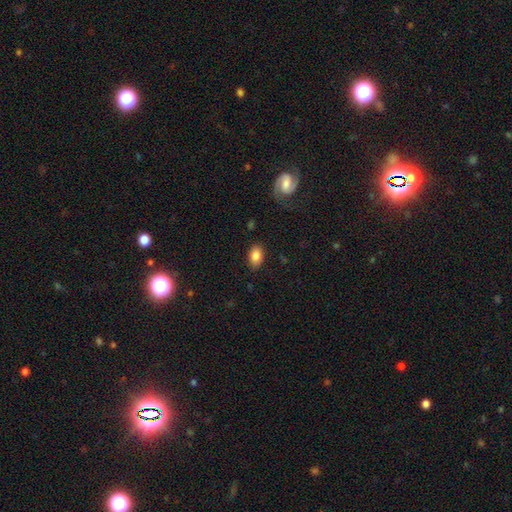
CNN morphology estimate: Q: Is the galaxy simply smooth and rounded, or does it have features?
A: smooth — 84%.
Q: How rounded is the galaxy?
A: in between — 88%.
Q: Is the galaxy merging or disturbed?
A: none — 83%.